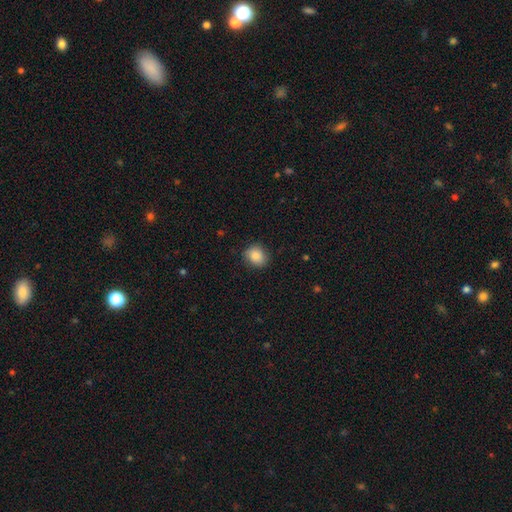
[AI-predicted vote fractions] A smooth galaxy with no disk features (87%) that is round (68%).

Vote fractions:
- Smooth or featured? smooth: 87% / star or artifact: 8% / featured or disk: 4%
- How rounded? round: 68% / in between: 31% / cigar-shaped: 1%
- Merging? none: 84% / minor disturbance: 12% / major disturbance: 3% / merger: 1%